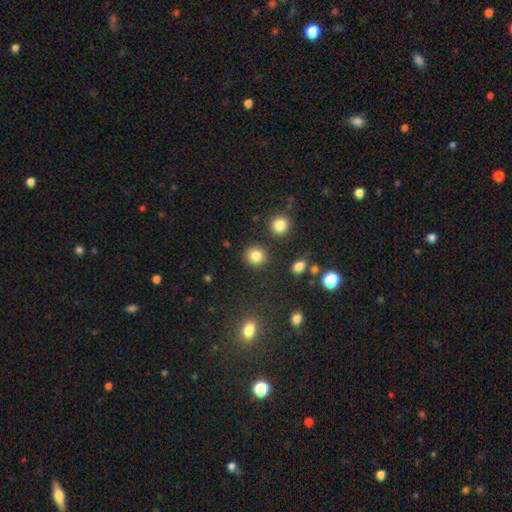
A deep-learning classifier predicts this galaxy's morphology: This appears to be a smooth galaxy with no disk features (83%) that is round (85%). Merging: none (87%).